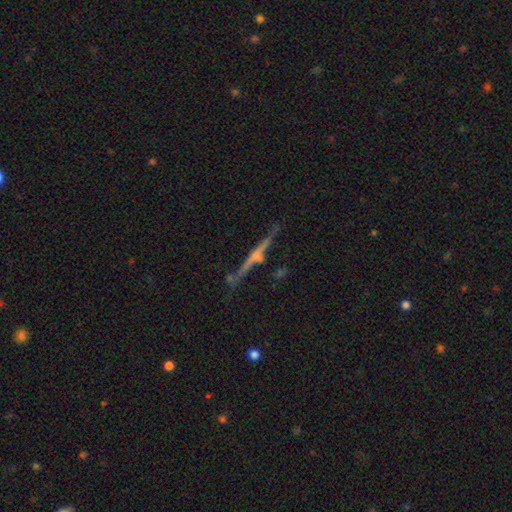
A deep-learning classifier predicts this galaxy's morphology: smooth-or-featured: featured or disk: 75% | smooth: 16% | star or artifact: 9%
  disk-edge-on: yes: 97% | no: 3%
    edge-on-bulge: rounded: 60% | none: 28% | boxy: 12%
  merging: none: 79% | minor disturbance: 12% | merger: 6% | major disturbance: 3%